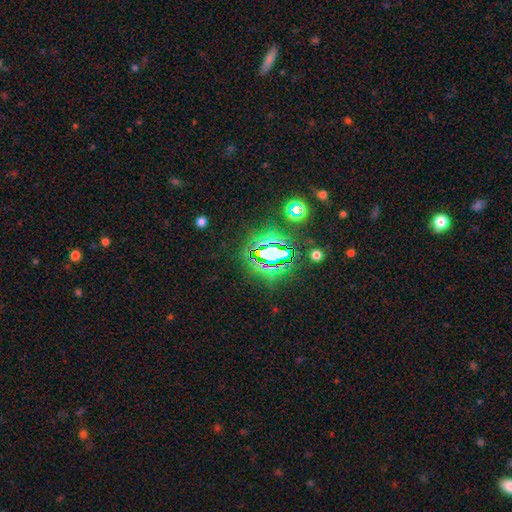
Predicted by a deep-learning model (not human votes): This appears to be a star or artifact, not a galaxy (78%).